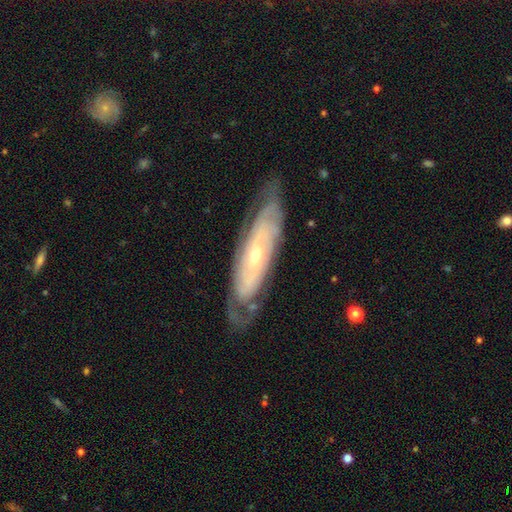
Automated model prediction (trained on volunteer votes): smooth_or_featured: featured or disk (p=0.80) [alt: smooth p=0.14]
disk_edge_on: no (p=0.77) [alt: yes p=0.23]
bar: no (p=0.69) [alt: weak p=0.22]
has_spiral_arms: yes (p=0.88) [alt: no p=0.12]
spiral_winding: tight (p=0.70) [alt: medium p=0.23]
spiral_arm_count: can't tell (p=0.54) [alt: 2 p=0.27]
bulge_size: small (p=0.61) [alt: moderate p=0.35]
merging: none (p=0.72) [alt: minor disturbance p=0.19]